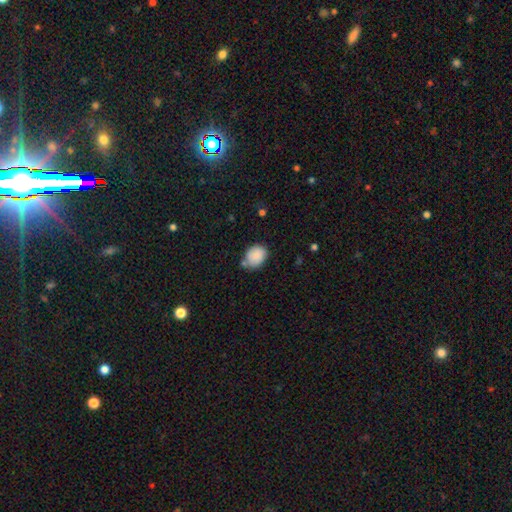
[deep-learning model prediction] This is clearly a smooth galaxy (87%). How rounded: likely in between (62%). Merging: likely none (64%).